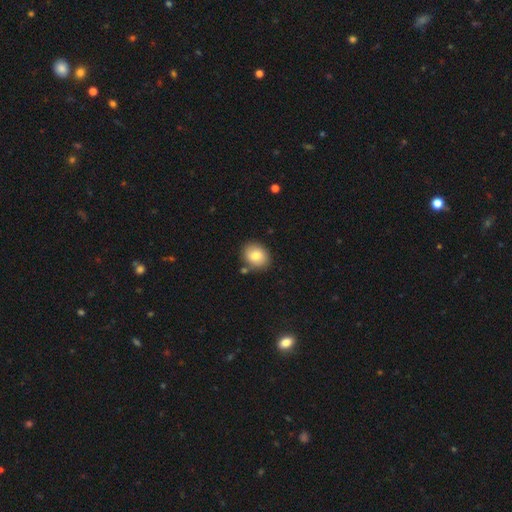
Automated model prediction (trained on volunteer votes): Overall: smooth (79%). How rounded: round (56%; in between 43%). Merging: none (80%).